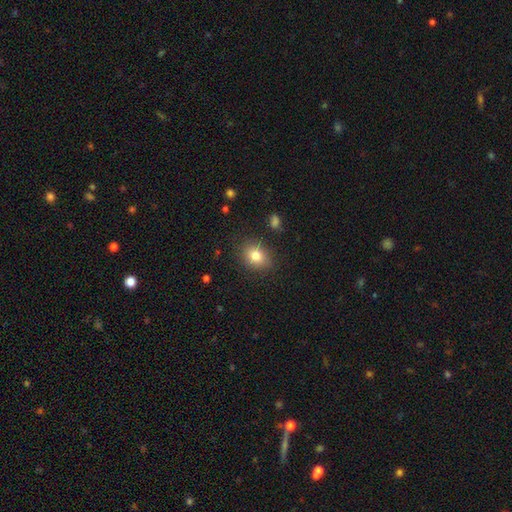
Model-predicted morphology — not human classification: Overall: smooth (80%). How rounded: in between (54%; round 45%). Merging: none (83%).